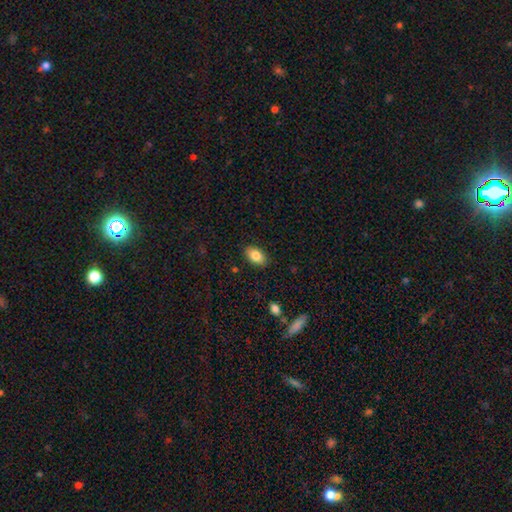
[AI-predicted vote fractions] Smooth or featured: smooth — 83% (featured or disk — 9%)
How rounded: in between — 90% (round — 8%)
Merging: none — 88% (minor disturbance — 9%)